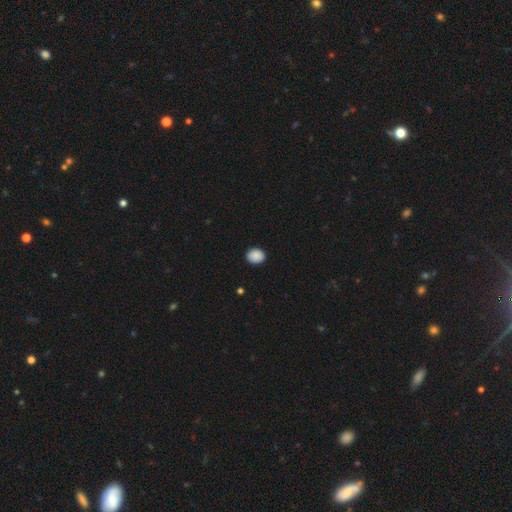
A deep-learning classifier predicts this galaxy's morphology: type=smooth (89%); roundness=round (53%); merging=none (89%).